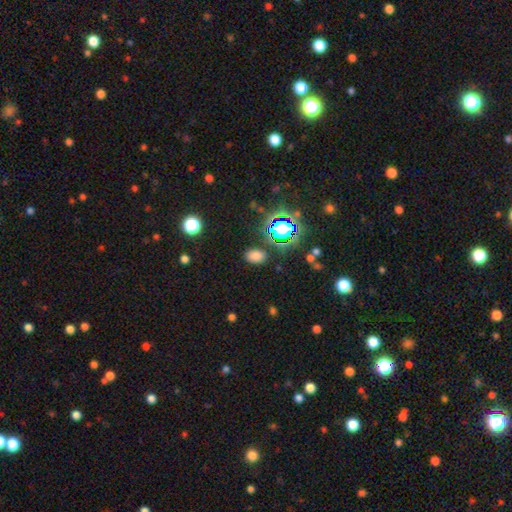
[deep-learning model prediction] This is likely a smooth galaxy (73%). How rounded: clearly in between (82%). Merging: clearly none (86%).